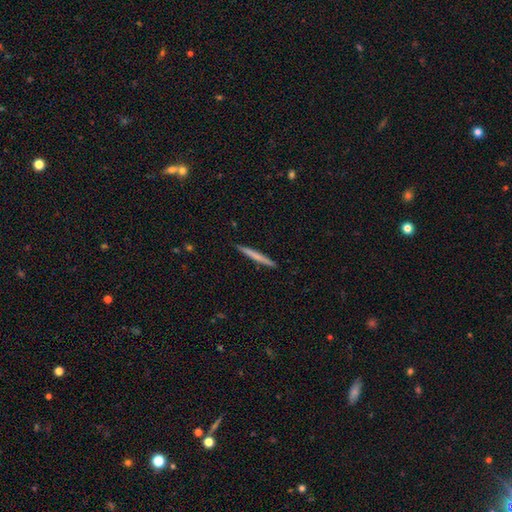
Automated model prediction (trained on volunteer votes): smooth 60%, featured or disk 35%, star or artifact 5%. Down the decision tree: how rounded — cigar-shaped (97%); merging — none (92%).